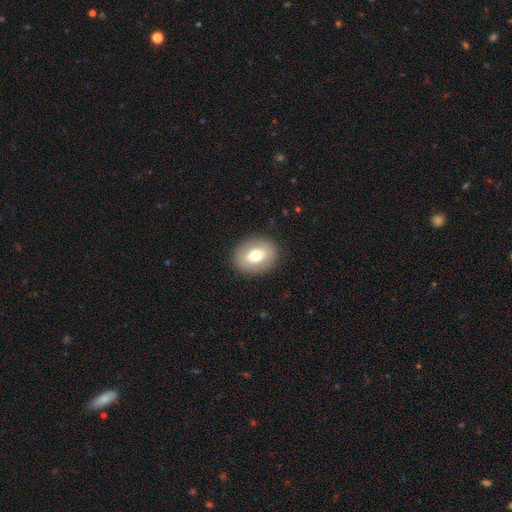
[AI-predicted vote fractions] smooth-or-featured: smooth: 71% | featured or disk: 21% | star or artifact: 8%
  how-rounded: in between: 53% | round: 46% | cigar-shaped: 1%
  merging: none: 89% | minor disturbance: 8% | major disturbance: 3% | merger: 1%